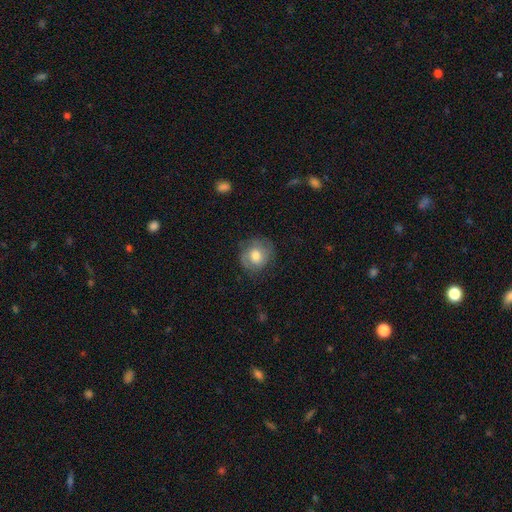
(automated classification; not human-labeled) Morphology: type=smooth (55%); roundness=round (81%); merging=none (73%).